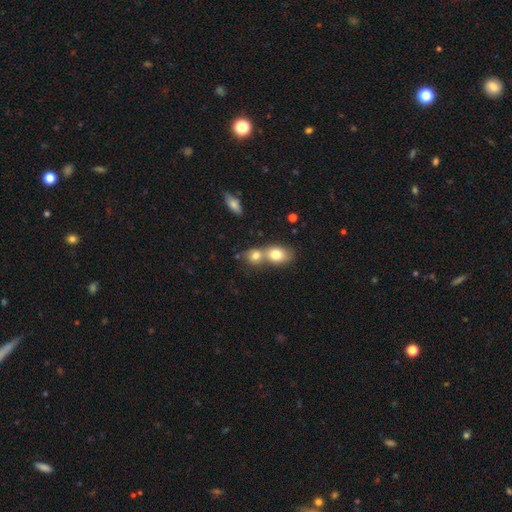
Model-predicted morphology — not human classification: Smooth or featured?
  - smooth: 78% *
  - featured or disk: 12%
  - star or artifact: 10%
How rounded?
  - round: 54% *
  - in between: 44%
  - cigar-shaped: 2%
Merging?
  - merger: 64% *
  - none: 27%
  - minor disturbance: 6%
  - major disturbance: 3%